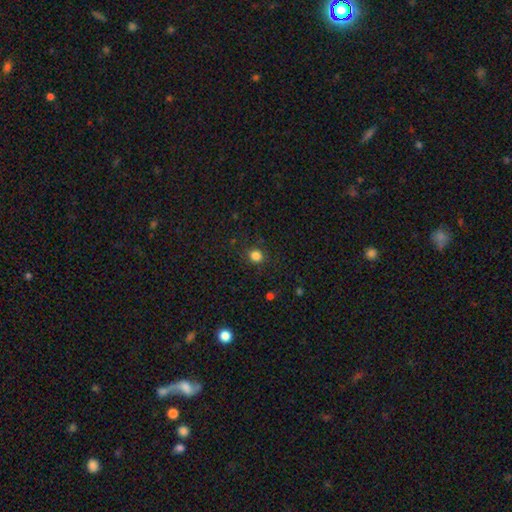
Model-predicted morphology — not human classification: type=smooth (83%); roundness=round (81%); merging=none (87%).